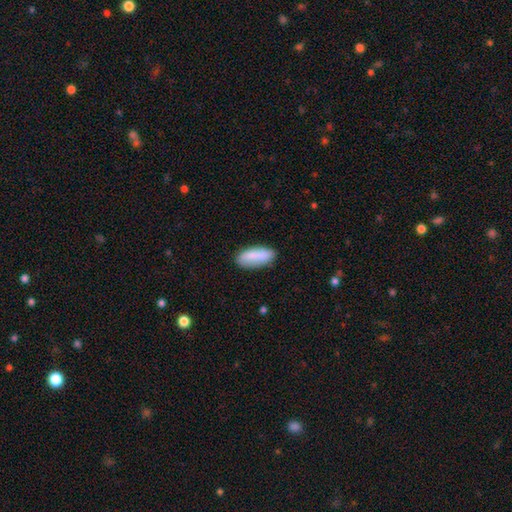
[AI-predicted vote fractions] Morphology: type=smooth (84%); roundness=in between (80%); merging=none (80%).